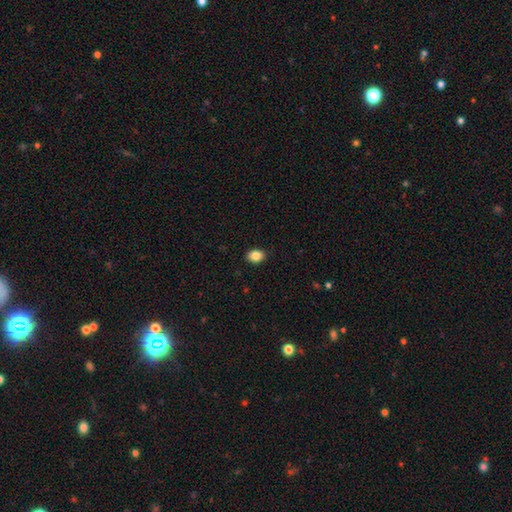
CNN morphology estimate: Smooth or featured?
  - smooth: 85% *
  - star or artifact: 9%
  - featured or disk: 6%
How rounded?
  - in between: 72% *
  - round: 27%
  - cigar-shaped: 1%
Merging?
  - none: 89% *
  - minor disturbance: 8%
  - major disturbance: 2%
  - merger: 1%